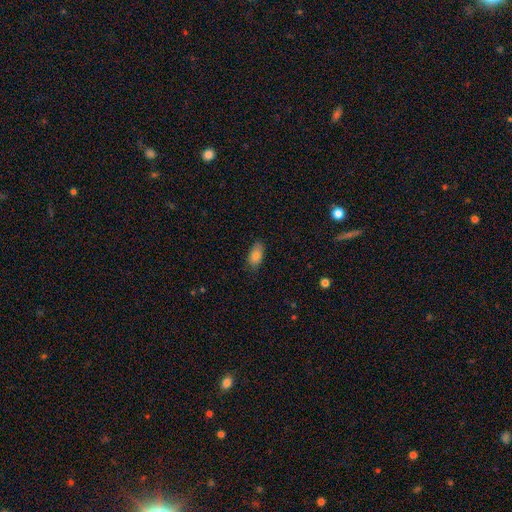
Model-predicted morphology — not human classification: A smooth galaxy with no disk features (83%) that is in between round and cigar-shaped (91%). Merging: none (80%).